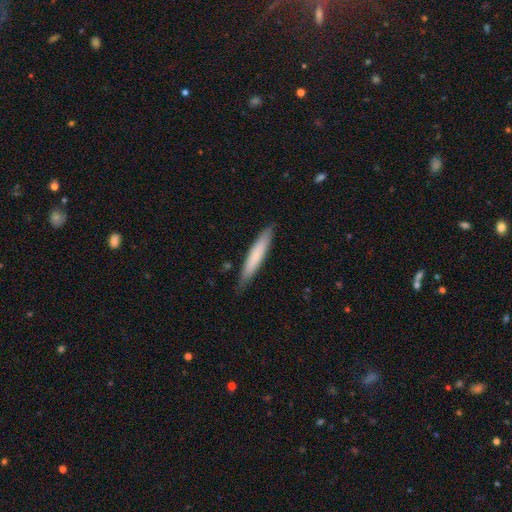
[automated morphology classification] smooth 74%, featured or disk 21%, star or artifact 5%. Down the decision tree: how rounded — cigar-shaped (92%); merging — none (85%).